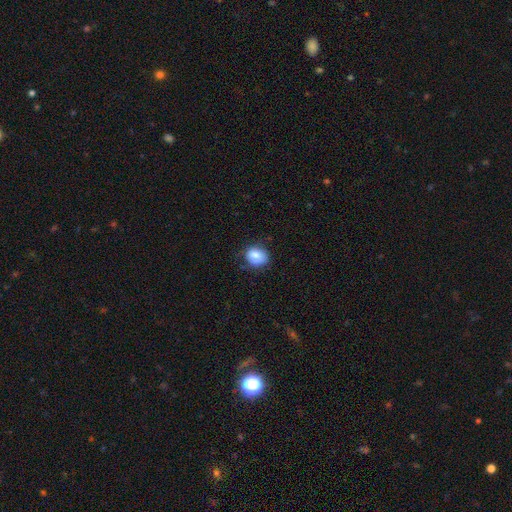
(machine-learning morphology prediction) This appears to be a smooth galaxy with no disk features (81%) that is round (61%). Merging: none (67%).